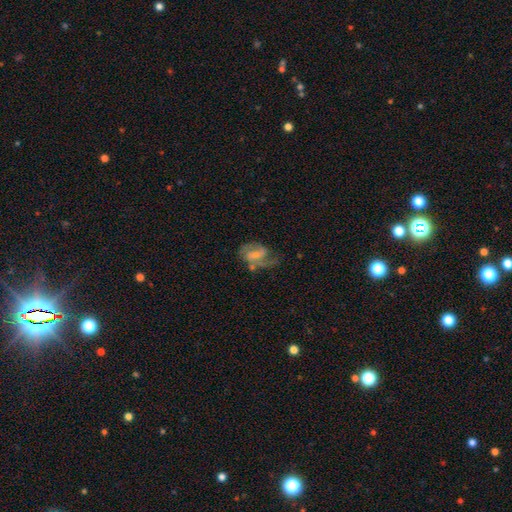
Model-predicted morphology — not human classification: featured or disk 75%, smooth 16%, star or artifact 9%. Down the decision tree: edge-on disk — no (97%); bar — weak (49%); spiral arms — yes (89%); spiral arm count — 2 (66%); spiral winding — medium (48%); bulge size — small (52%); merging — none (49%).